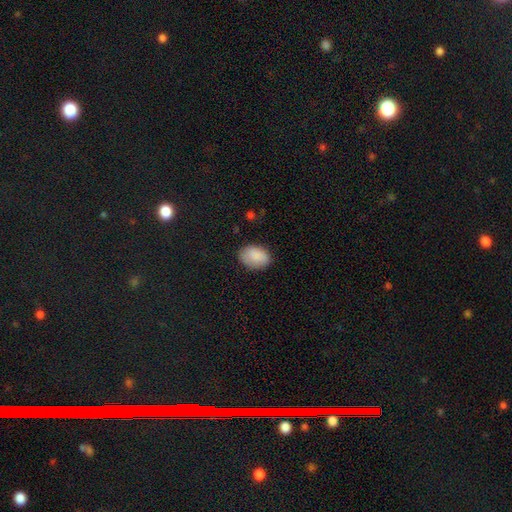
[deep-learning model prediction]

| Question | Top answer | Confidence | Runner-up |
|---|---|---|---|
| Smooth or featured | smooth | 87% | star or artifact (7%) |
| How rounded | in between | 79% | round (20%) |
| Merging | none | 78% | minor disturbance (18%) |